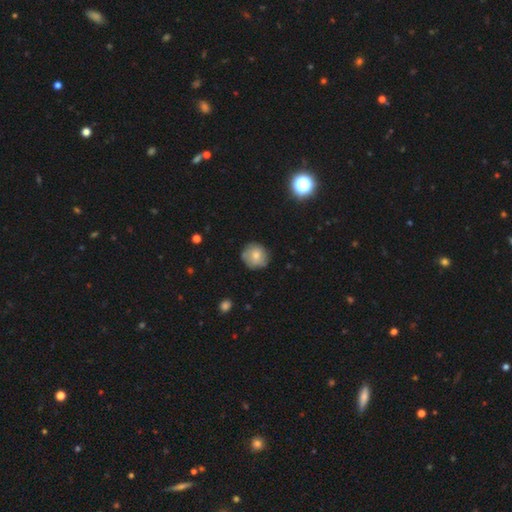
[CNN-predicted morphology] smooth-or-featured: smooth: 71% | featured or disk: 20% | star or artifact: 9%
  how-rounded: round: 89% | in between: 10% | cigar-shaped: 1%
  merging: none: 78% | minor disturbance: 17% | major disturbance: 3% | merger: 1%